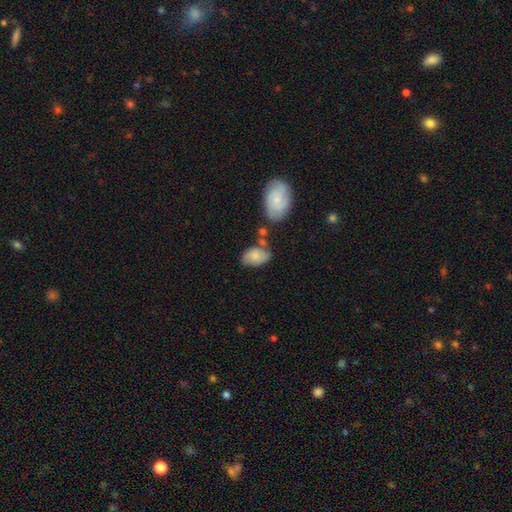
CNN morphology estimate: The model was most divided on "merging": none: 51%, minor disturbance: 25%, merger: 16%, major disturbance: 8%. More confident: how rounded — in between (90%); smooth or featured — smooth (72%).